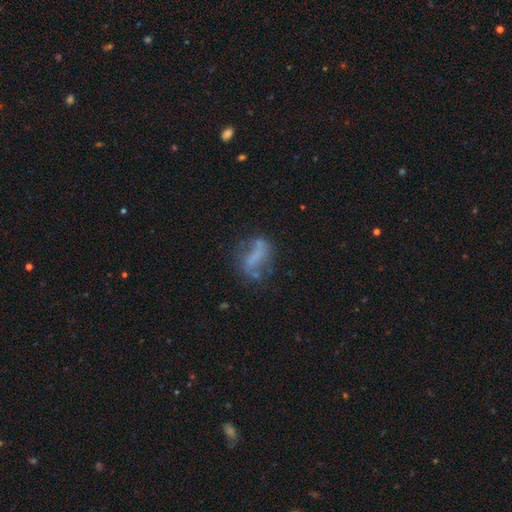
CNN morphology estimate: This appears to be a featured or disk galaxy (47%). Merging: none (51%).